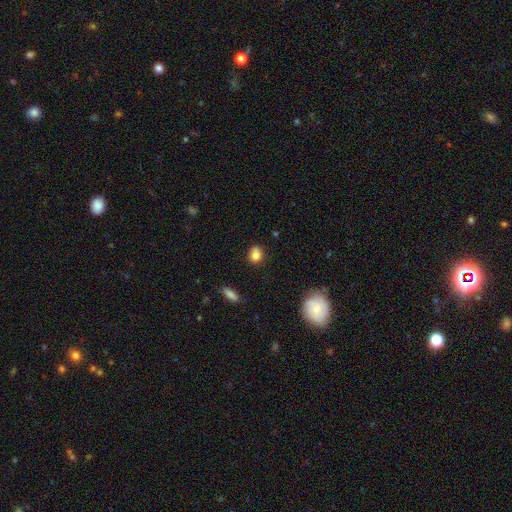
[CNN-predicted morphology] This appears to be a smooth galaxy with no disk features (80%) that is round (63%). Merging: none (67%).